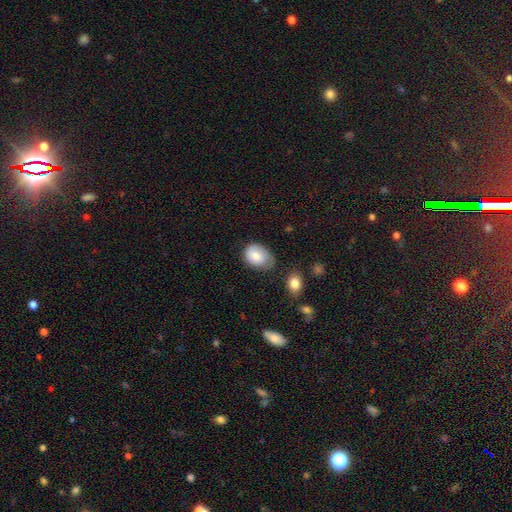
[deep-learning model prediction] Smooth or featured: smooth — 81% (featured or disk — 11%)
How rounded: in between — 74% (round — 25%)
Merging: none — 49% (minor disturbance — 37%)